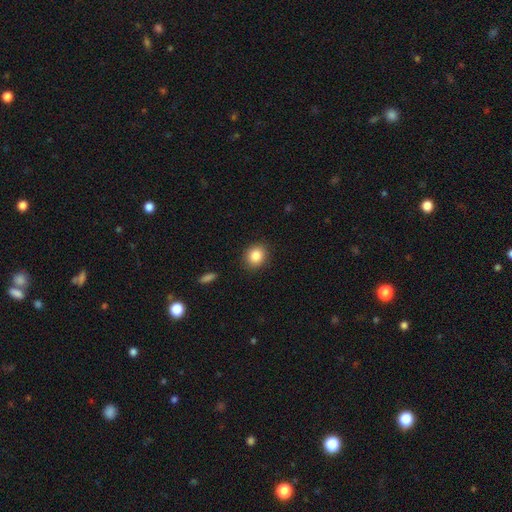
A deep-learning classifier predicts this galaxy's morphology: Smooth or featured? smooth (86%)
How rounded? round (71%)
Merging? none (88%)